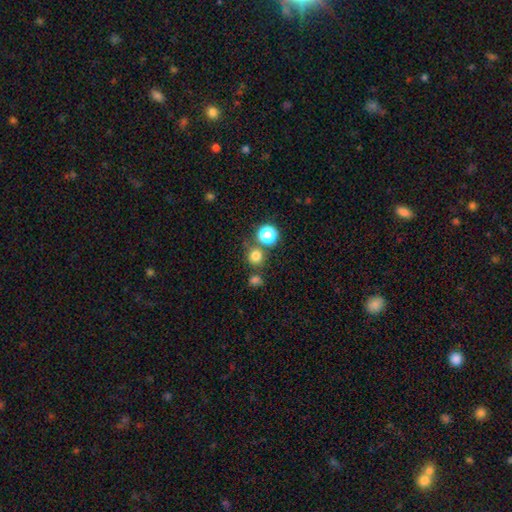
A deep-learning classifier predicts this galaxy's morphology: smooth 75%, star or artifact 19%, featured or disk 6%. Down the decision tree: how rounded — round (90%); merging — none (74%).